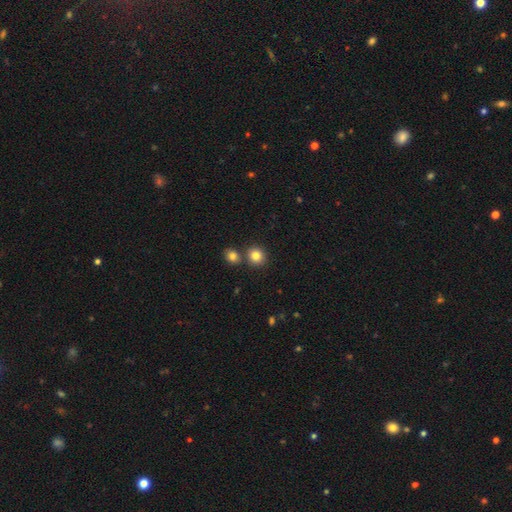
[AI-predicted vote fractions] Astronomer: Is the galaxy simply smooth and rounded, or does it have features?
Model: smooth — 83%.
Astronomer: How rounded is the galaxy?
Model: round — 85%.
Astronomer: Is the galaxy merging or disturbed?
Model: none — 72%.